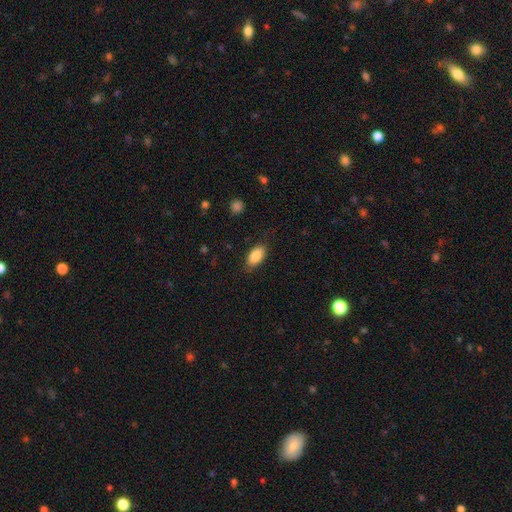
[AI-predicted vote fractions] A smooth galaxy with no disk features (86%) that is in between round and cigar-shaped (93%).

Vote fractions:
- Smooth or featured? smooth: 86% / star or artifact: 7% / featured or disk: 7%
- How rounded? in between: 93% / round: 4% / cigar-shaped: 3%
- Merging? none: 80% / minor disturbance: 15% / major disturbance: 4% / merger: 1%